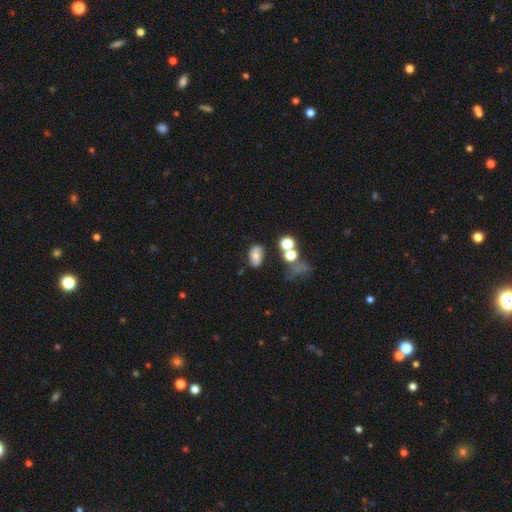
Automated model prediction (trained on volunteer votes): Smooth or featured? smooth (59%)
How rounded? in between (80%)
Merging? none (64%)